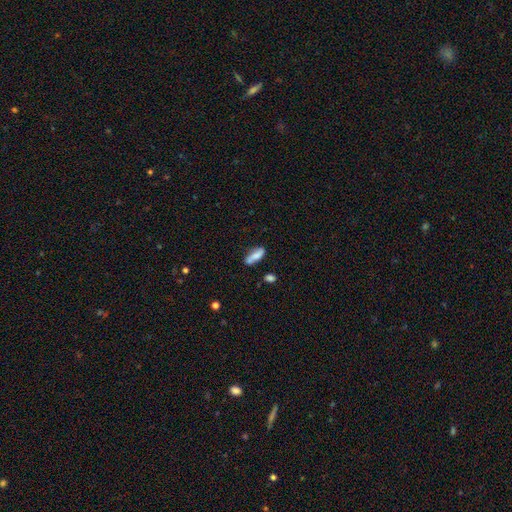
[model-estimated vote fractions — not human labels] Smooth or featured? smooth (74%)
How rounded? in between (62%)
Merging? none (69%)